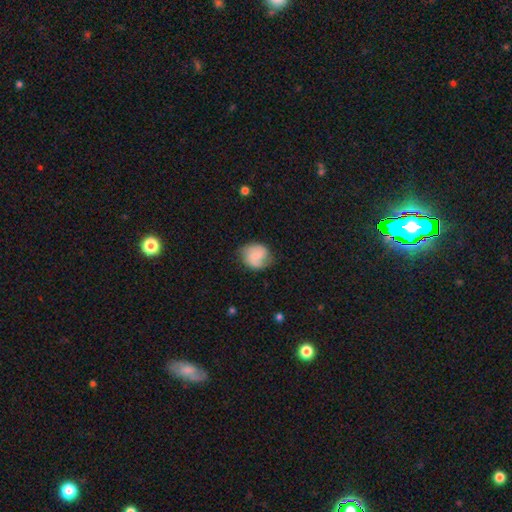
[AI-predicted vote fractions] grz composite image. It shows a smooth galaxy with no disk features (50%). Merging: none (70%).